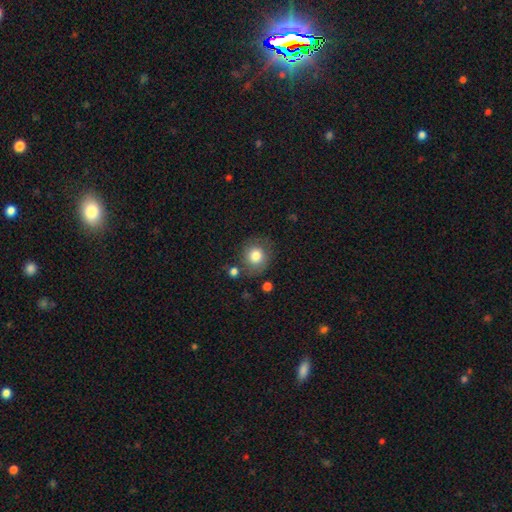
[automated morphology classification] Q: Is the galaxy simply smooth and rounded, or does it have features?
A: smooth — 79%.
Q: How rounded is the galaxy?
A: round — 81%.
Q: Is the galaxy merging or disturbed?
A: none — 72%.